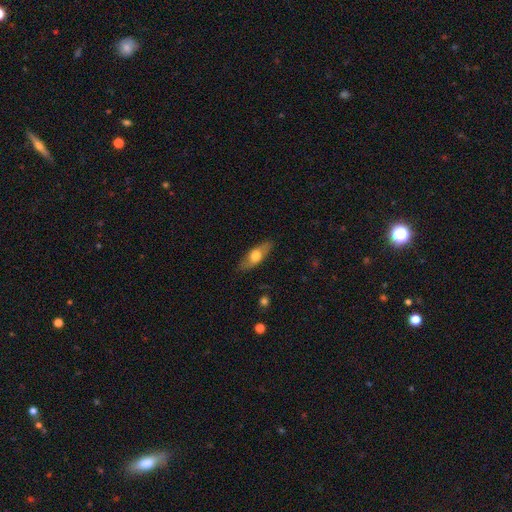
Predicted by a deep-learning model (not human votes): Smooth or featured?
  - smooth: 57% *
  - featured or disk: 37%
  - star or artifact: 6%
How rounded?
  - in between: 63% *
  - cigar-shaped: 33%
  - round: 4%
Merging?
  - none: 85% *
  - minor disturbance: 11%
  - major disturbance: 3%
  - merger: 1%